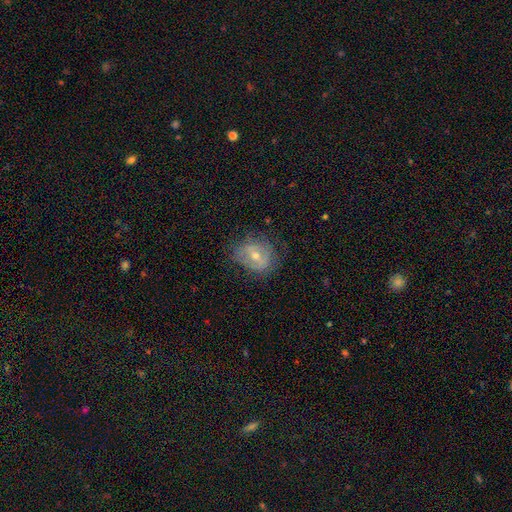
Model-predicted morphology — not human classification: Smooth or featured?
  - featured or disk: 55% *
  - smooth: 33%
  - star or artifact: 12%
Edge-on disk?
  - no: 95% *
  - yes: 5%
Bar?
  - no: 44% *
  - weak: 38%
  - strong: 18%
Spiral arms?
  - no: 50% * (tied)
  - yes: 50% * (tied)
Bulge size?
  - moderate: 55% *
  - small: 41%
  - large: 2%
  - none: 1%
  - dominant: 1%
Merging?
  - none: 64% *
  - minor disturbance: 24%
  - major disturbance: 11%
  - merger: 1%